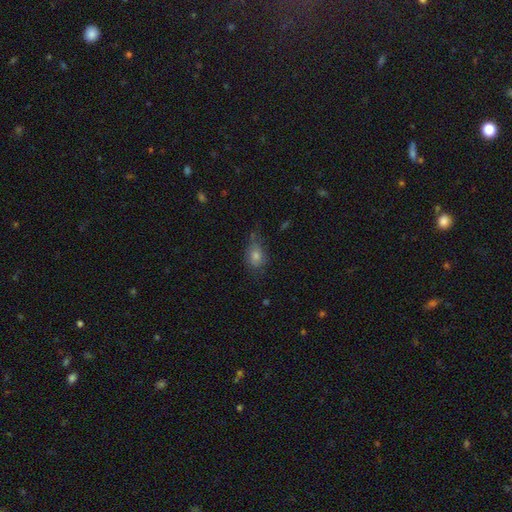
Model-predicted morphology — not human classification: Overall: smooth (66%). How rounded: in between (65%; round 32%). Merging: none (55%; minor disturbance 29%).